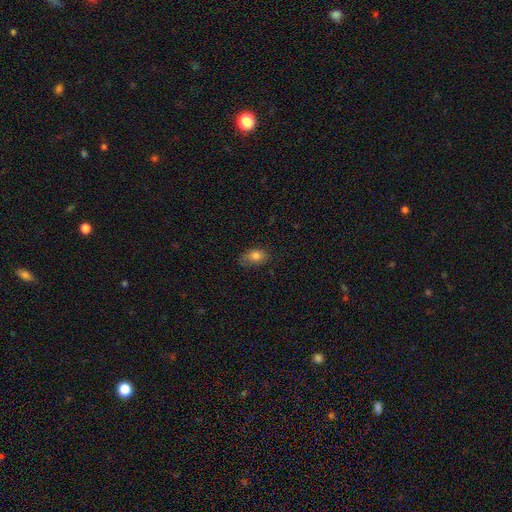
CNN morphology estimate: The model was most divided on "merging": none: 66%, minor disturbance: 26%, major disturbance: 7%, merger: 1%. More confident: how rounded — in between (84%); smooth or featured — smooth (81%).